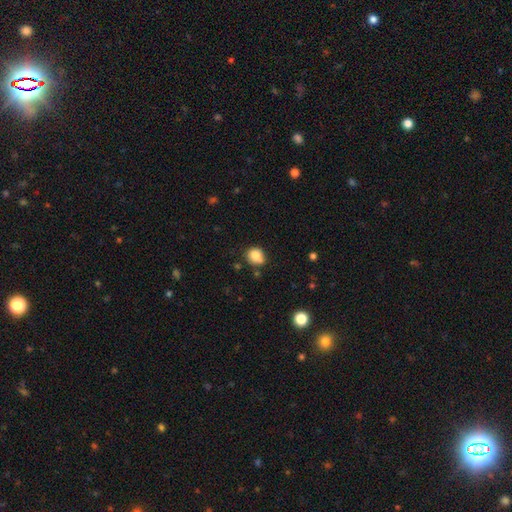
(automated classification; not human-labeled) The model was most divided on "how rounded": round: 66%, in between: 33%, cigar-shaped: 1%. More confident: smooth or featured — smooth (85%); merging — none (64%).